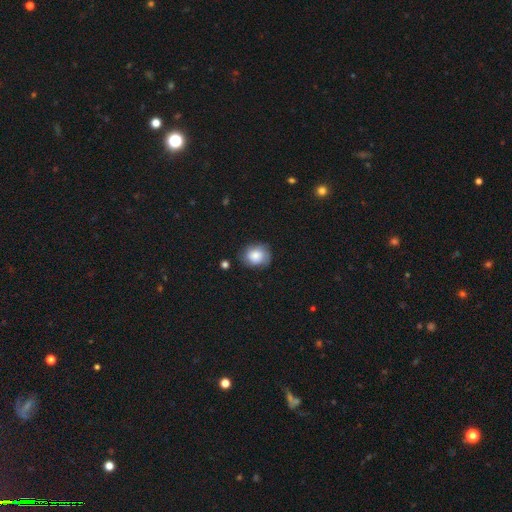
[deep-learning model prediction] A smooth galaxy with no disk features (73%) that is round (62%).

Vote fractions:
- Smooth or featured? smooth: 73% / featured or disk: 19% / star or artifact: 8%
- How rounded? round: 62% / in between: 38% / cigar-shaped: 1%
- Merging? none: 69% / minor disturbance: 23% / major disturbance: 6% / merger: 2%